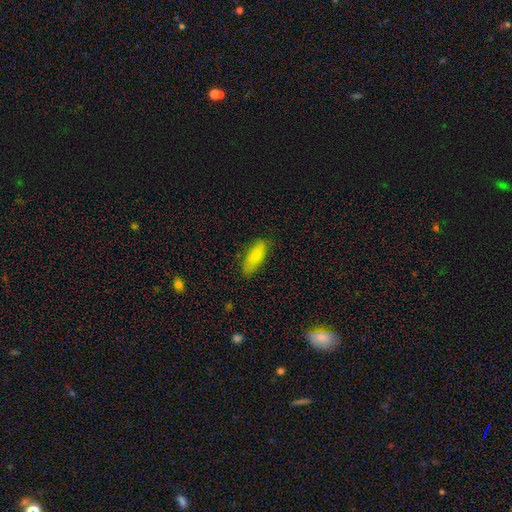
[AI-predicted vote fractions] Morphology: type=smooth (85%); roundness=in between (68%); merging=none (80%).